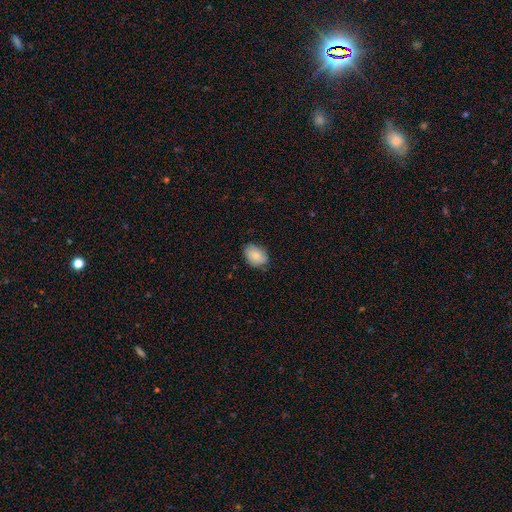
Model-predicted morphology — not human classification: Smooth or featured: smooth — 82% (featured or disk — 11%)
How rounded: in between — 78% (round — 21%)
Merging: none — 77% (minor disturbance — 19%)